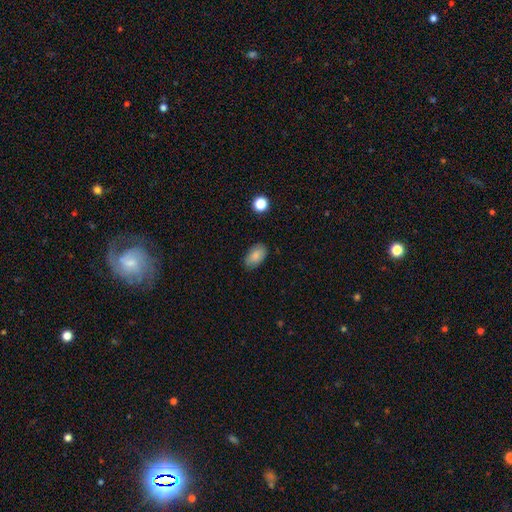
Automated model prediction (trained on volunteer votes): Q: Smooth or featured?
A: smooth (84%); runner-up: featured or disk (8%)
Q: How rounded?
A: in between (92%); runner-up: round (6%)
Q: Merging?
A: none (81%); runner-up: minor disturbance (15%)